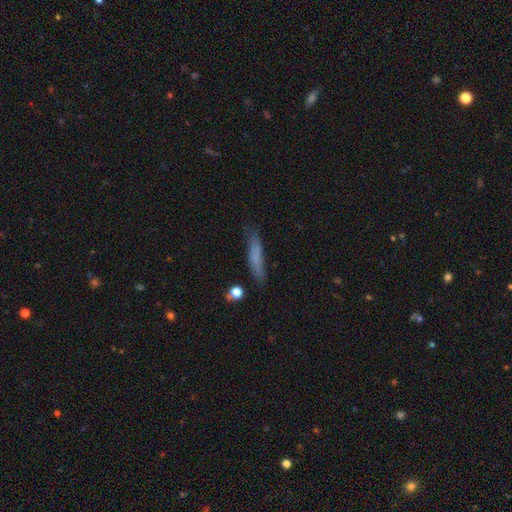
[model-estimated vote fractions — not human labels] Q: Smooth or featured?
A: smooth (70%); runner-up: featured or disk (21%)
Q: How rounded?
A: cigar-shaped (85%); runner-up: in between (13%)
Q: Merging?
A: none (73%); runner-up: minor disturbance (20%)